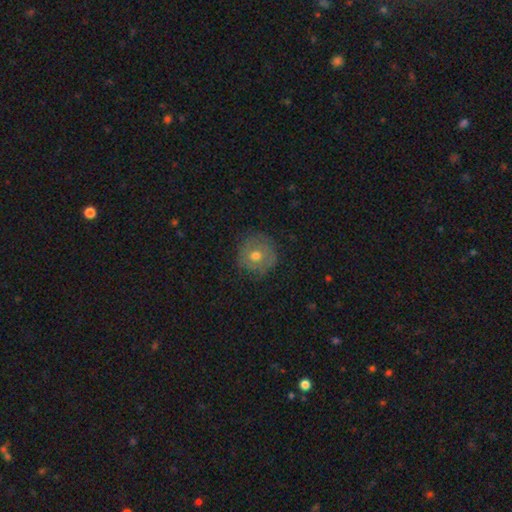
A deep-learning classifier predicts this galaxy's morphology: A smooth galaxy with no disk features (55%) that is round (93%).

Vote fractions:
- Smooth or featured? smooth: 55% / featured or disk: 35% / star or artifact: 10%
- How rounded? round: 93% / in between: 6% / cigar-shaped: 1%
- Merging? none: 81% / minor disturbance: 14% / major disturbance: 4% / merger: 1%